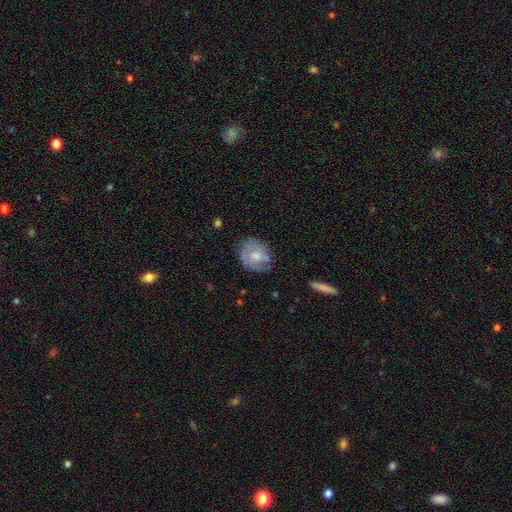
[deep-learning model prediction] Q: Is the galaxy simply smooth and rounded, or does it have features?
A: featured or disk — 48%.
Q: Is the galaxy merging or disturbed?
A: none — 66%.